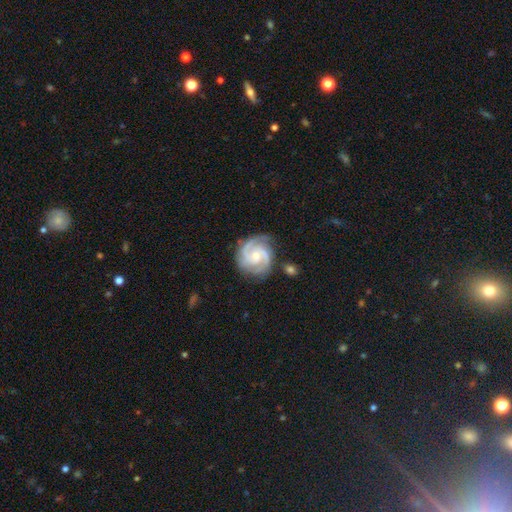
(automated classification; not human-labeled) Q: Smooth or featured?
A: featured or disk (91%); runner-up: smooth (5%)
Q: Edge-on disk?
A: no (98%); runner-up: yes (2%)
Q: Bar?
A: no (58%); runner-up: weak (35%)
Q: Spiral arms?
A: yes (98%); runner-up: no (2%)
Q: Spiral winding?
A: tight (56%); runner-up: medium (39%)
Q: Spiral arm count?
A: 2 (53%); runner-up: 3 (34%)
Q: Bulge size?
A: small (58%); runner-up: moderate (36%)
Q: Merging?
A: none (77%); runner-up: minor disturbance (15%)